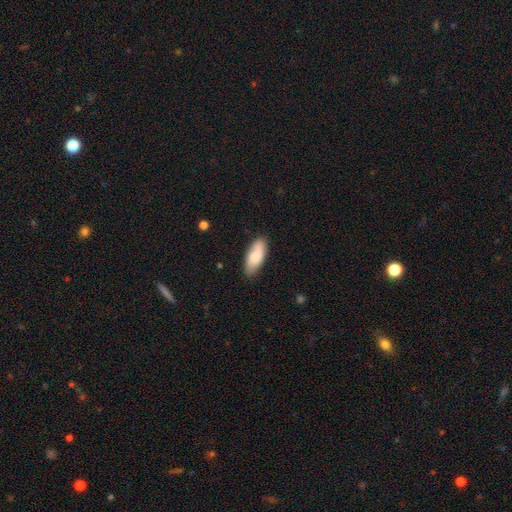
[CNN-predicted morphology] smooth_or_featured: smooth (p=0.76) [alt: featured or disk p=0.17]
how_rounded: in between (p=0.82) [alt: cigar-shaped p=0.16]
merging: none (p=0.79) [alt: minor disturbance p=0.17]